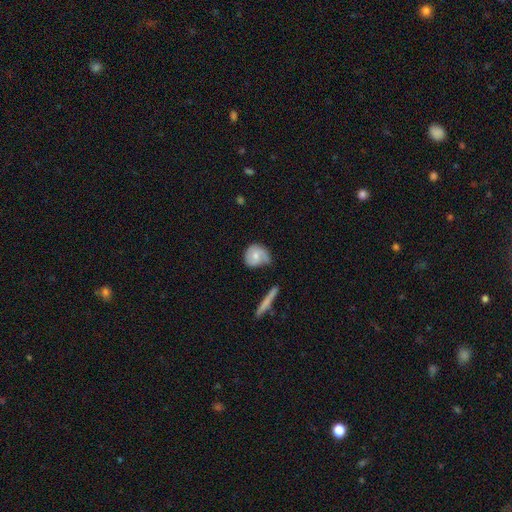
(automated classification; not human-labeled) Smooth or featured: featured or disk — 50% (smooth — 44%)
Merging: none — 51% (minor disturbance — 32%)